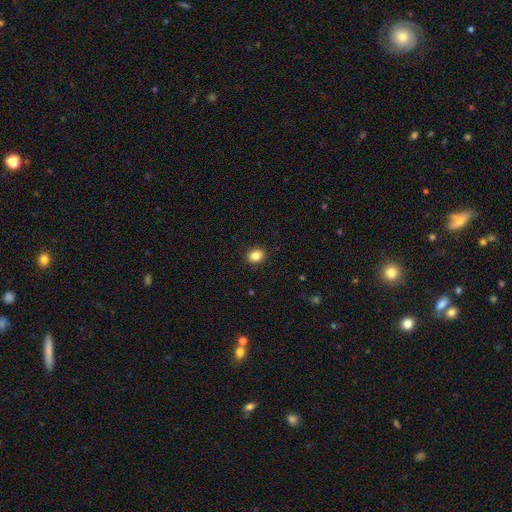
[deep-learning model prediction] Smooth or featured? Predicted: smooth (p=0.85). How rounded? Predicted: round (p=0.51). Merging? Predicted: none (p=0.90).